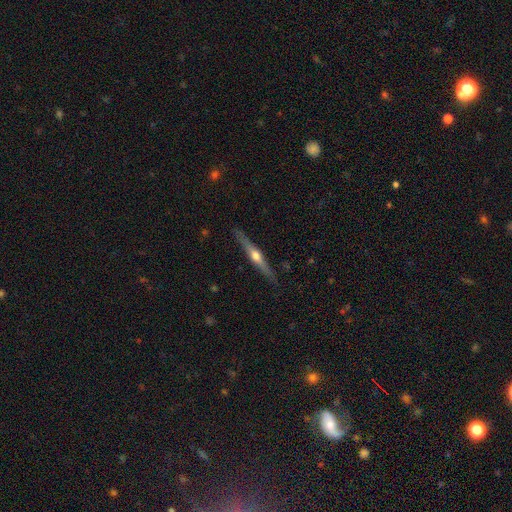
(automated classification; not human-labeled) Smooth or featured: featured or disk — 73% (smooth — 21%)
Edge-on disk: yes — 98% (no — 2%)
Edge-on bulge: rounded — 93% (none — 4%)
Merging: none — 89% (minor disturbance — 9%)